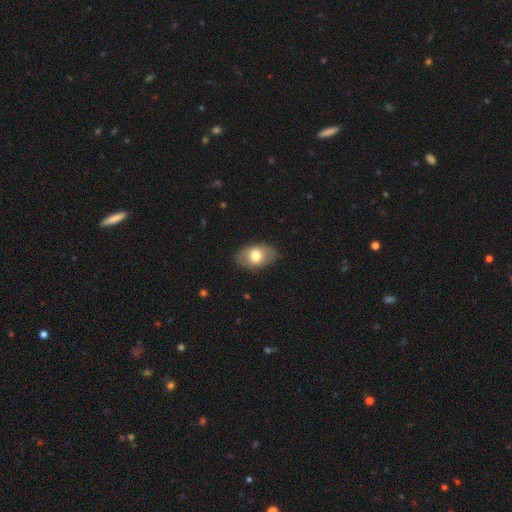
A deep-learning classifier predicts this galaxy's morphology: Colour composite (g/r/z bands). It shows a smooth galaxy with no disk features (69%) that is in between round and cigar-shaped (88%). Merging: none (83%).